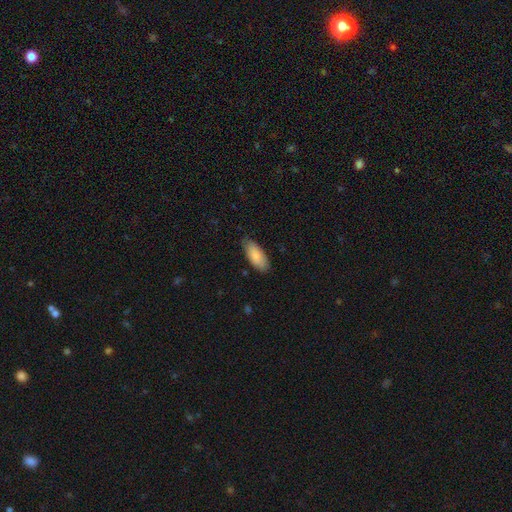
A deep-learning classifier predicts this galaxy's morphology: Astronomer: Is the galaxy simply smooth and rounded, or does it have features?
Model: smooth — 84%.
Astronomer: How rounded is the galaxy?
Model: in between — 85%.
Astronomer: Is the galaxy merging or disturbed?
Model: none — 79%.